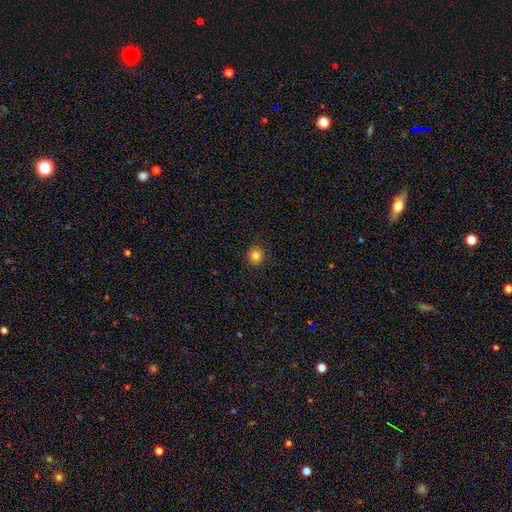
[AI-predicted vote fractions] Morphology: type=smooth (82%); roundness=round (88%); merging=none (91%).